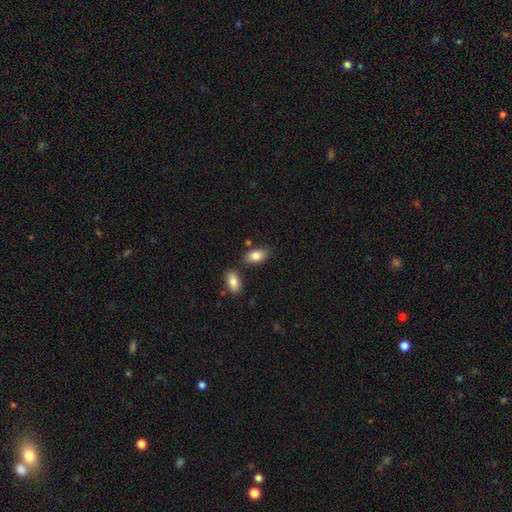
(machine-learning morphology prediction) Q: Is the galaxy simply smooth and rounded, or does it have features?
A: smooth — 85%.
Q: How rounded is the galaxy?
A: in between — 92%.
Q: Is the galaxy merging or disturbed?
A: none — 74%.